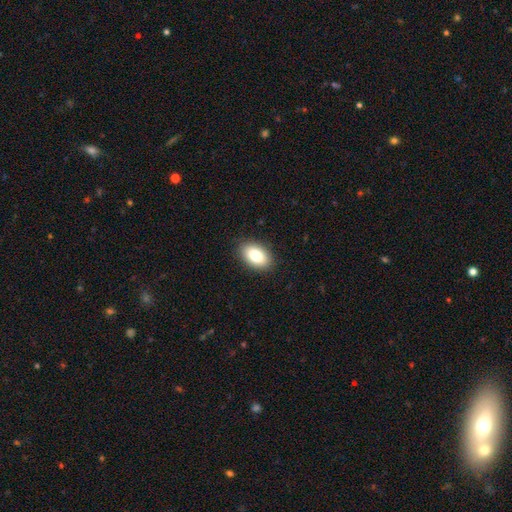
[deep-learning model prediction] Smooth or featured? smooth (85%)
How rounded? in between (93%)
Merging? none (88%)